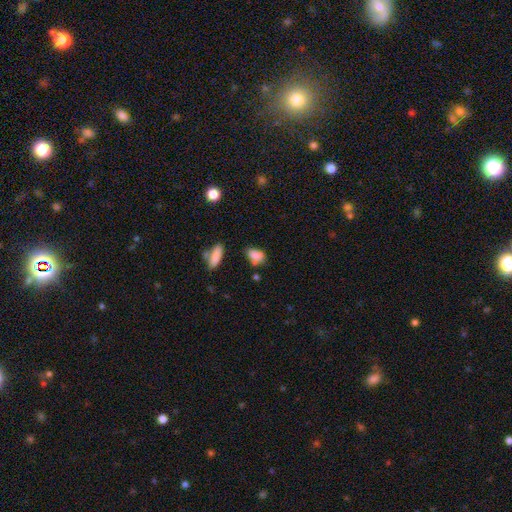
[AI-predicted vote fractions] Smooth or featured? smooth (81%)
How rounded? in between (84%)
Merging? none (50%)